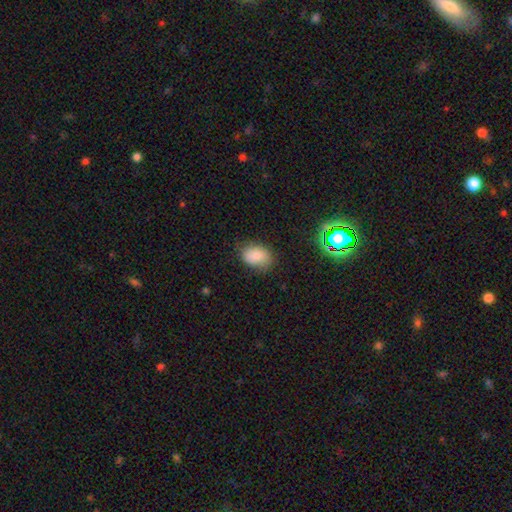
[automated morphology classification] smooth-or-featured: smooth: 78% | featured or disk: 11% | star or artifact: 11%
  how-rounded: in between: 72% | round: 27% | cigar-shaped: 1%
  merging: none: 76% | minor disturbance: 19% | major disturbance: 4% | merger: 1%